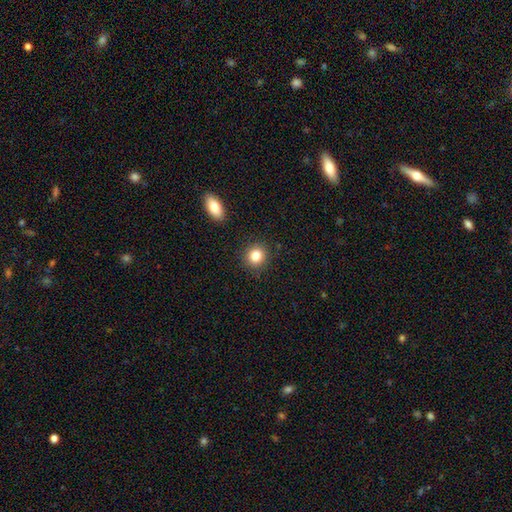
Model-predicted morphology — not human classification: smooth_or_featured: smooth (p=0.82) [alt: star or artifact p=0.11]
how_rounded: round (p=0.87) [alt: in between p=0.12]
merging: none (p=0.89) [alt: minor disturbance p=0.07]